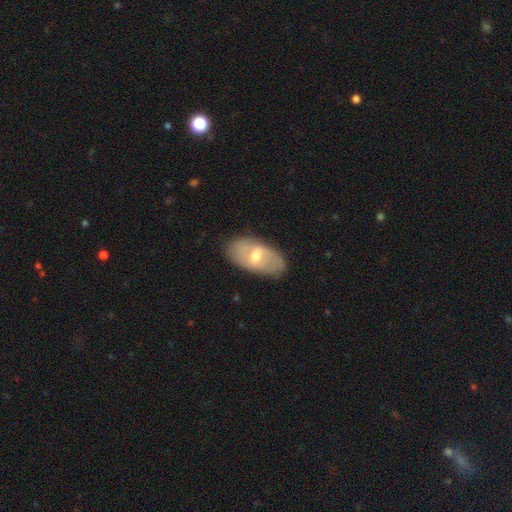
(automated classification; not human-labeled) A featured or disk galaxy (52%). Merging: none (78%).